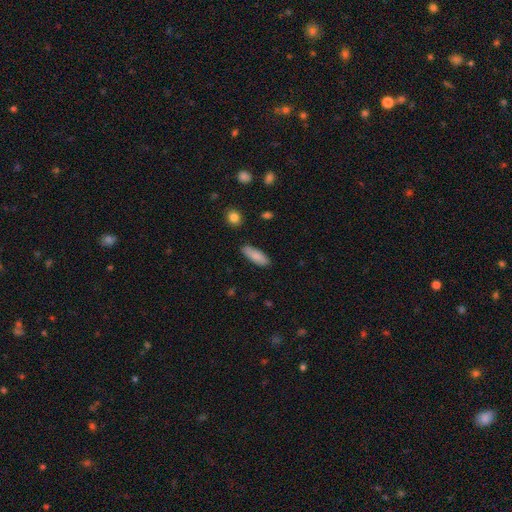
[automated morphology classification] Overall: smooth (86%). How rounded: in between (63%; cigar-shaped 35%). Merging: none (83%).